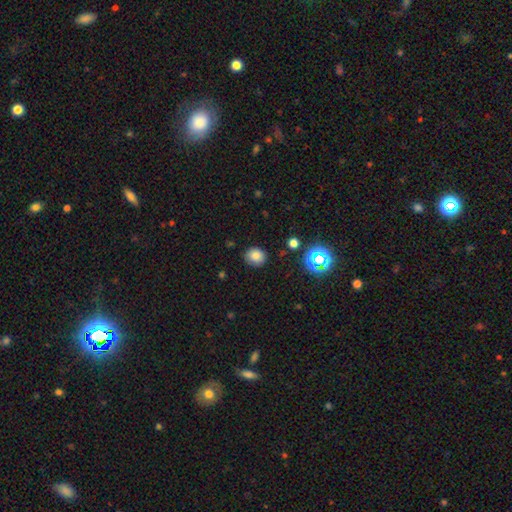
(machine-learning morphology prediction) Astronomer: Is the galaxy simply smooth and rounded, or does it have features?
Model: smooth — 78%.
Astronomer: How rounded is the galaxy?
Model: round — 75%.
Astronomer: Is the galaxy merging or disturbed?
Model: none — 85%.